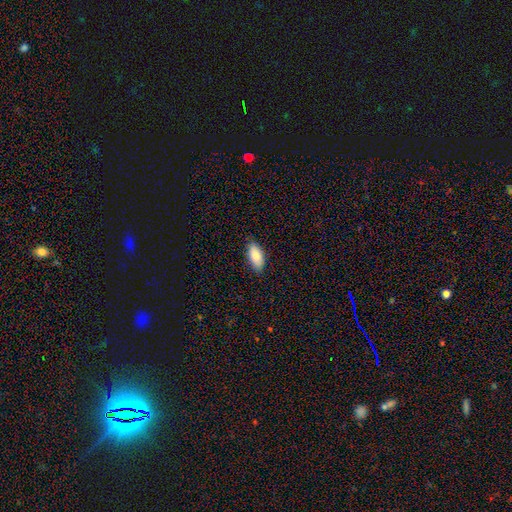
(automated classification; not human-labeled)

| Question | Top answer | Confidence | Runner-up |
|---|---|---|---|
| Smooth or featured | smooth | 86% | featured or disk (7%) |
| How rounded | in between | 89% | cigar-shaped (9%) |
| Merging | none | 85% | minor disturbance (12%) |